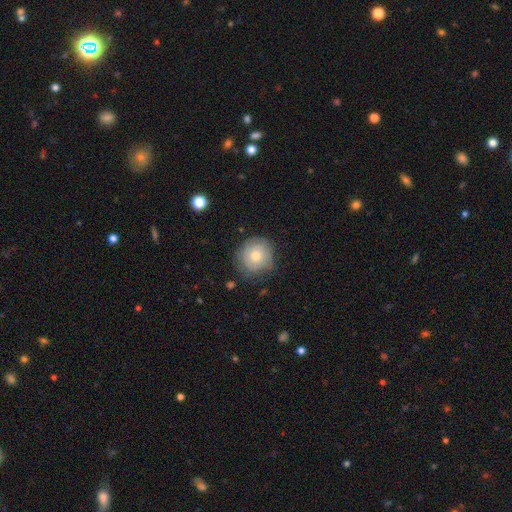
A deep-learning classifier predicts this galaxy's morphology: A smooth galaxy with no disk features (62%) that is round (91%).

Vote fractions:
- Smooth or featured? smooth: 62% / featured or disk: 30% / star or artifact: 8%
- How rounded? round: 91% / in between: 8% / cigar-shaped: 1%
- Merging? none: 77% / minor disturbance: 18% / major disturbance: 4% / merger: 1%